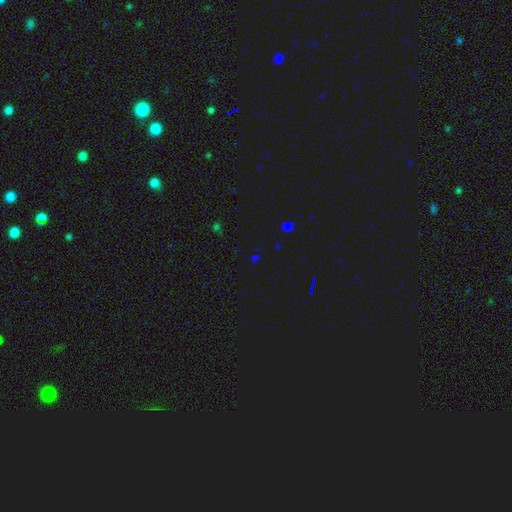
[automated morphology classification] Smooth or featured? Predicted: star or artifact (p=0.69).